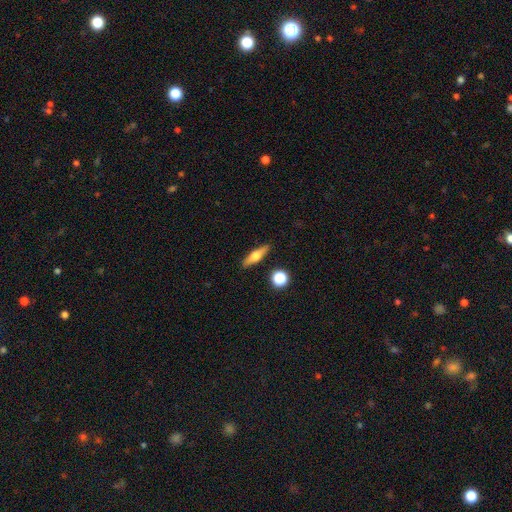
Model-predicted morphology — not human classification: The model was most divided on "smooth or featured": smooth: 48%, featured or disk: 44%, star or artifact: 8%. More confident: merging — none (88%).